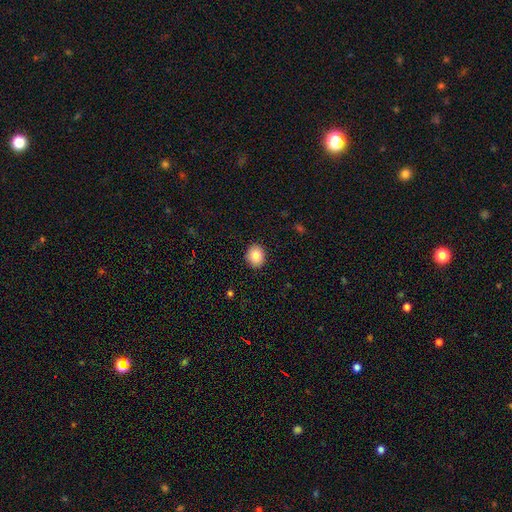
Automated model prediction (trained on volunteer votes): Smooth or featured? Predicted: smooth (p=0.84). How rounded? Predicted: round (p=0.65). Merging? Predicted: none (p=0.90).